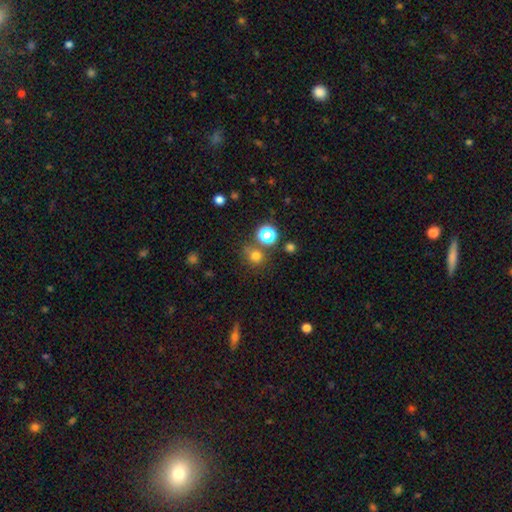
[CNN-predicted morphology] Smooth or featured? Predicted: smooth (p=0.72). How rounded? Predicted: round (p=0.87). Merging? Predicted: none (p=0.72).